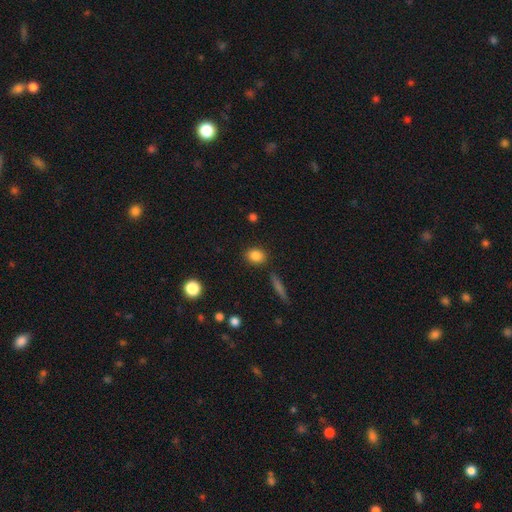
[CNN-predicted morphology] Smooth or featured? smooth (85%)
How rounded? in between (54%)
Merging? none (85%)